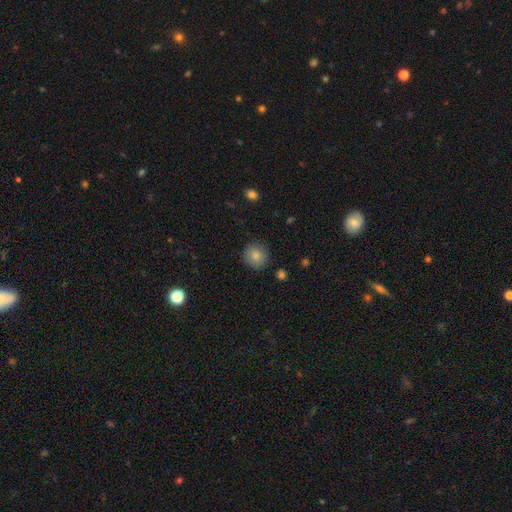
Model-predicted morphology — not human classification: smooth_or_featured: smooth (p=0.83) [alt: star or artifact p=0.09]
how_rounded: round (p=0.88) [alt: in between p=0.11]
merging: none (p=0.87) [alt: minor disturbance p=0.09]